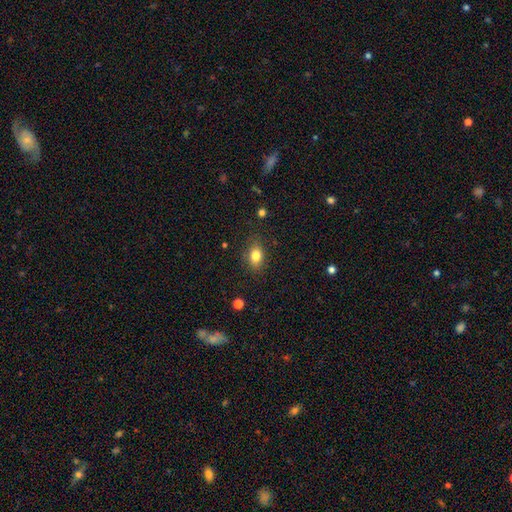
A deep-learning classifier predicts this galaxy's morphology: smooth_or_featured: smooth (p=0.82) [alt: star or artifact p=0.09]
how_rounded: in between (p=0.77) [alt: round p=0.21]
merging: none (p=0.83) [alt: minor disturbance p=0.13]